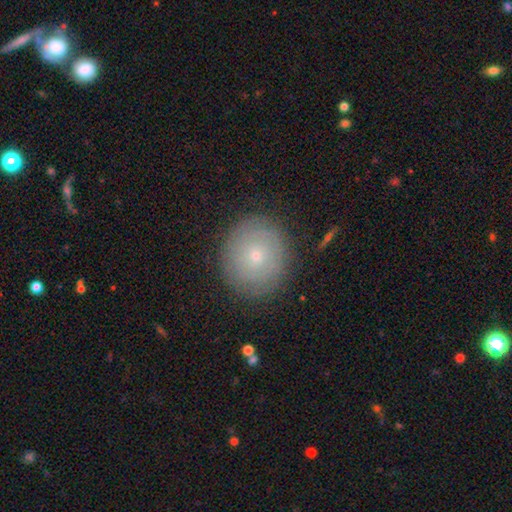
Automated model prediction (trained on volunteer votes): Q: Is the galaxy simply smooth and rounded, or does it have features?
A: smooth — 58%.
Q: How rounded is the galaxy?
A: round — 84%.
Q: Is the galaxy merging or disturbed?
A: none — 86%.